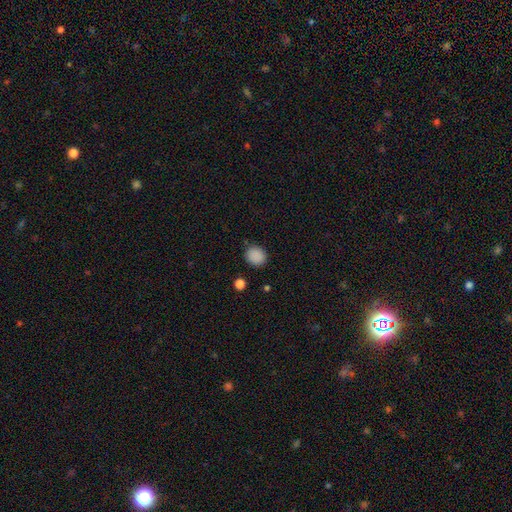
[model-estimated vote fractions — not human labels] Smooth or featured?
  - smooth: 87% *
  - star or artifact: 10%
  - featured or disk: 3%
How rounded?
  - round: 76% *
  - in between: 23%
  - cigar-shaped: 1%
Merging?
  - none: 85% *
  - minor disturbance: 10%
  - major disturbance: 3%
  - merger: 2%